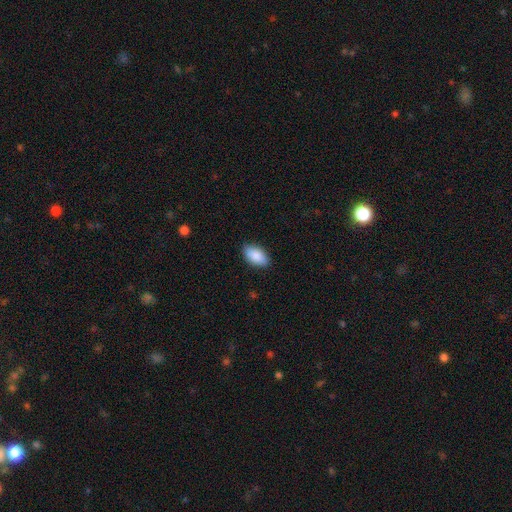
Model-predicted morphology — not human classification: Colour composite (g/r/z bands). It shows a smooth galaxy with no disk features (89%) that is in between round and cigar-shaped (94%). Merging: none (87%).